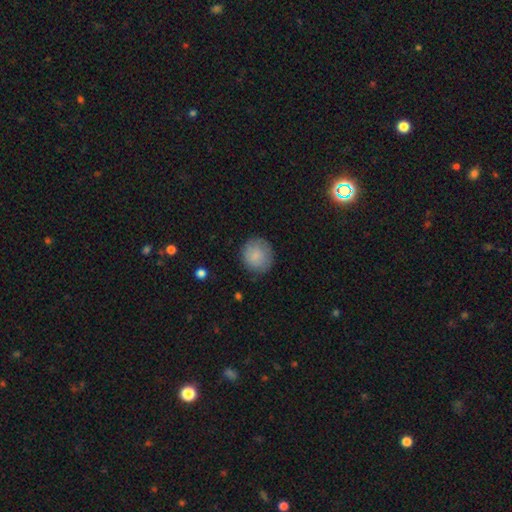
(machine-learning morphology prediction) A smooth galaxy with no disk features (85%) that is round (90%). Merging: none (82%).